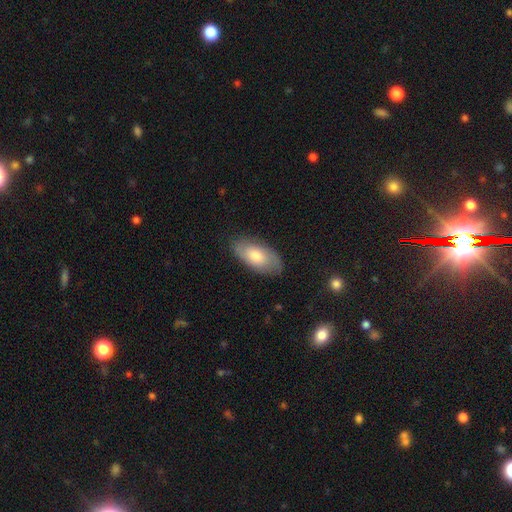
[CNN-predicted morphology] Overall: smooth (62%; featured or disk 31%). How rounded: in between (92%). Merging: none (81%).